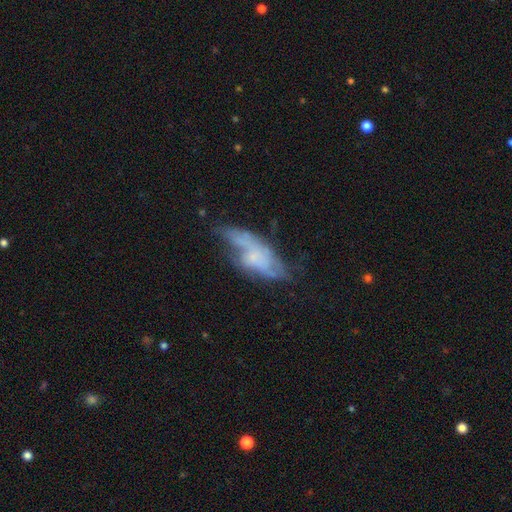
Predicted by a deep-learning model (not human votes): A featured or disk galaxy (60%) with no bar (78%), spiral arms (58%) and no central bulge (43%).

Vote fractions:
- Smooth or featured? featured or disk: 60% / smooth: 31% / star or artifact: 9%
- Edge-on disk? no: 86% / yes: 14%
- Bar? no: 78% / weak: 18% / strong: 4%
- Spiral arms? yes: 58% / no: 42%
- Bulge size? none: 43% / small: 39% / moderate: 13% / large: 3% / dominant: 2%
- Merging? none: 38% / minor disturbance: 29% / major disturbance: 26% / merger: 7%